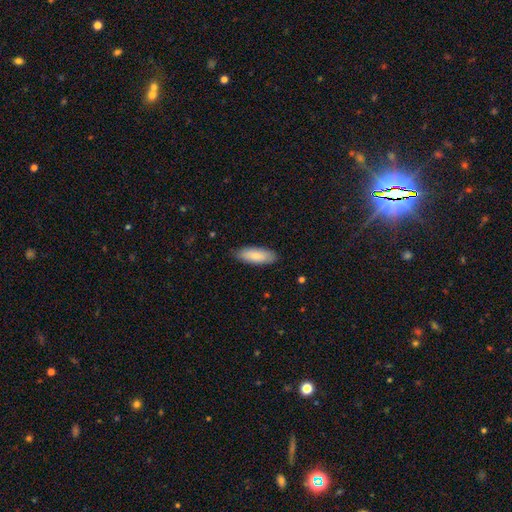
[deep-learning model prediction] This is clearly a smooth galaxy (83%). How rounded: likely in between (72%). Merging: clearly none (85%).